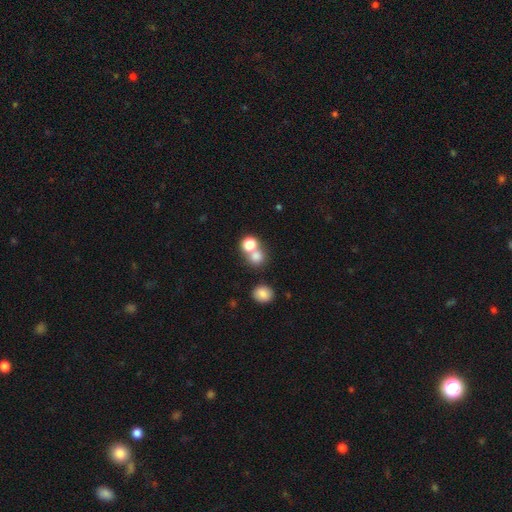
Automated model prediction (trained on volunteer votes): Q: Smooth or featured?
A: smooth (76%); runner-up: star or artifact (15%)
Q: How rounded?
A: round (82%); runner-up: in between (17%)
Q: Merging?
A: none (48%); runner-up: merger (43%)